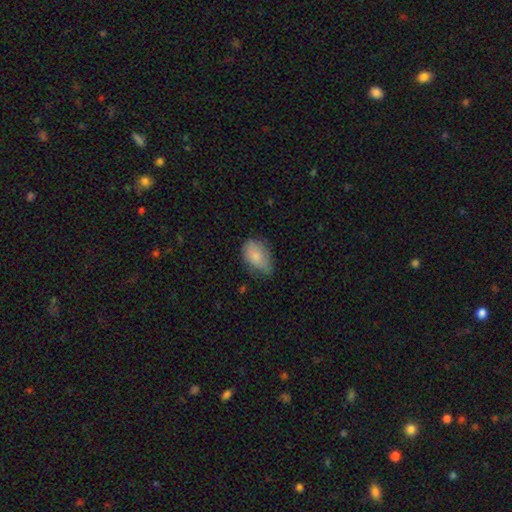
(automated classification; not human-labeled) This appears to be a smooth galaxy with no disk features (81%) that is in between round and cigar-shaped (89%). Merging: none (46%).